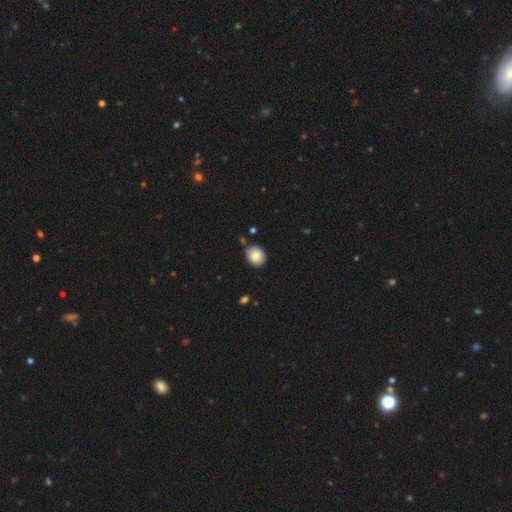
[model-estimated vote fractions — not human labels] A smooth galaxy with no disk features (82%) that is round (70%).

Vote fractions:
- Smooth or featured? smooth: 82% / featured or disk: 10% / star or artifact: 8%
- How rounded? round: 70% / in between: 29% / cigar-shaped: 1%
- Merging? none: 81% / minor disturbance: 12% / merger: 4% / major disturbance: 2%